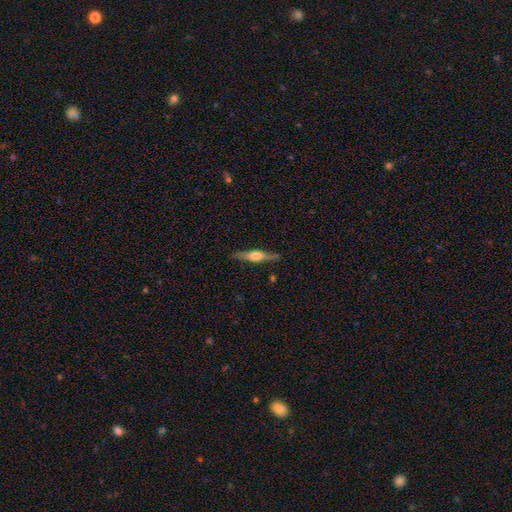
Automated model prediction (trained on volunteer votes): This appears to be a featured or disk galaxy (66%) viewed edge-on (97%) with a rounded central bulge (88%). Merging: none (87%).